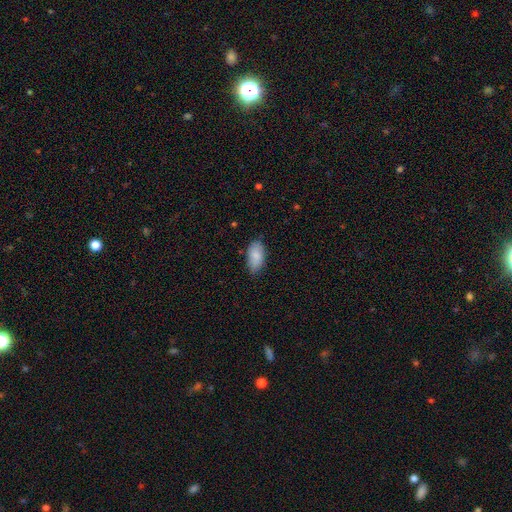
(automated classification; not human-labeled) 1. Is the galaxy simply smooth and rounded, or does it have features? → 84% smooth, 9% featured or disk, 6% star or artifact.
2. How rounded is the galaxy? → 94% in between, 4% cigar-shaped, 3% round.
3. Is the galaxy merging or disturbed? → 73% none, 22% minor disturbance, 3% major disturbance, 1% merger.